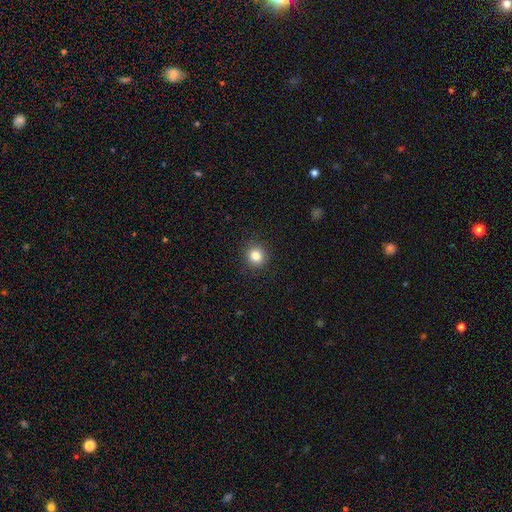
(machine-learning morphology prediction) Q: Smooth or featured?
A: smooth (82%); runner-up: star or artifact (12%)
Q: How rounded?
A: round (92%); runner-up: in between (7%)
Q: Merging?
A: none (92%); runner-up: minor disturbance (5%)